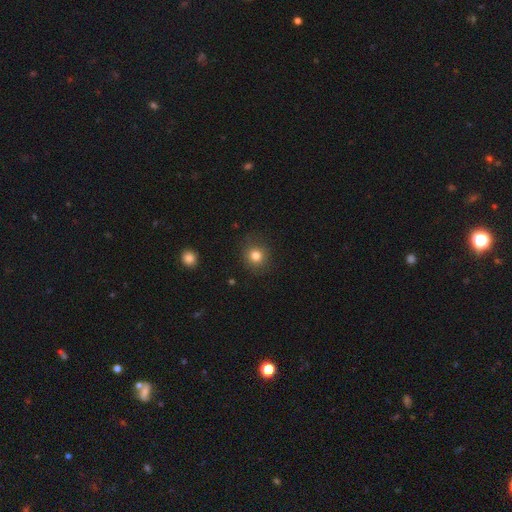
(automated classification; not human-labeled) smooth 81%, star or artifact 12%, featured or disk 7%. Down the decision tree: how rounded — round (87%); merging — none (86%).